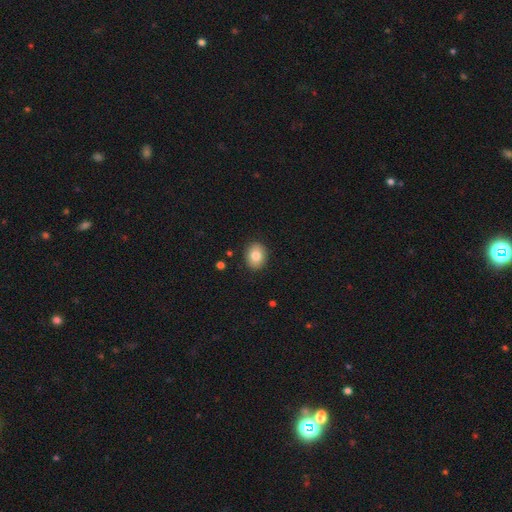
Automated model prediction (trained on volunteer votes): This appears to be a smooth galaxy with no disk features (82%) that is in between round and cigar-shaped (53%). Merging: none (90%).